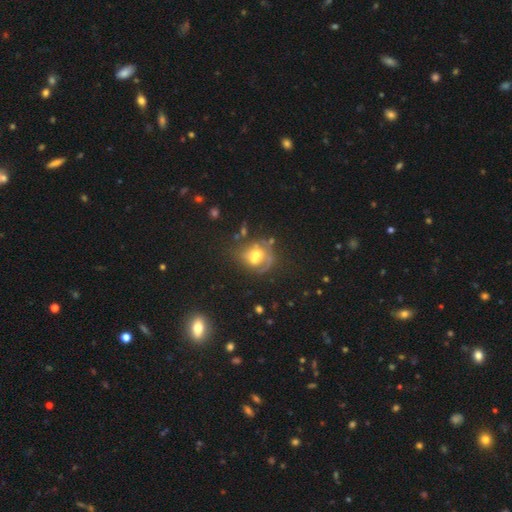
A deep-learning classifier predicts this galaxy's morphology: Smooth or featured?
  - featured or disk: 49% *
  - smooth: 38%
  - star or artifact: 13%
Merging?
  - merger: 33% *
  - none: 32%
  - major disturbance: 19%
  - minor disturbance: 16%